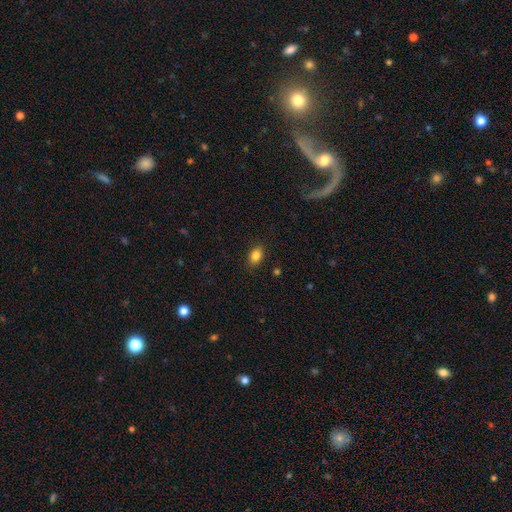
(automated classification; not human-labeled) The model was most divided on "how rounded": in between: 79%, round: 20%, cigar-shaped: 1%. More confident: merging — none (87%); smooth or featured — smooth (85%).